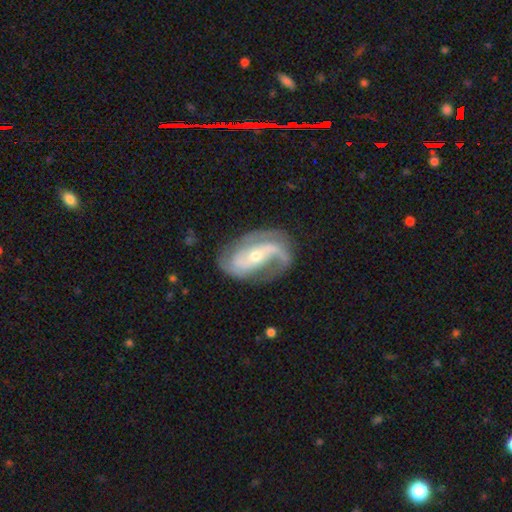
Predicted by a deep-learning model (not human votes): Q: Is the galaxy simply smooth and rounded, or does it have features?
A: featured or disk — 88%.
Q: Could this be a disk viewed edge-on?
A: no — 96%.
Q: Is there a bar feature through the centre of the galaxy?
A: strong — 36%.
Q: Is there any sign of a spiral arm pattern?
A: yes — 96%.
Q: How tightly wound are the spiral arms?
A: medium — 43%.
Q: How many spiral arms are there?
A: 2 — 76%.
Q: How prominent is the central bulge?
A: small — 55%.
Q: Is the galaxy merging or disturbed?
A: none — 65%.